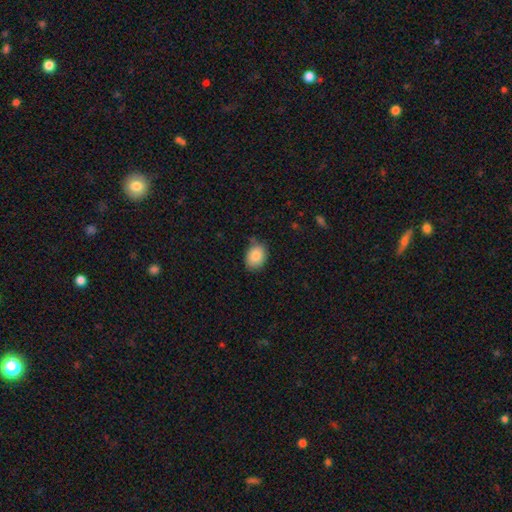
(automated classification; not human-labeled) A smooth galaxy with no disk features (86%) that is in between round and cigar-shaped (67%).

Vote fractions:
- Smooth or featured? smooth: 86% / star or artifact: 8% / featured or disk: 6%
- How rounded? in between: 67% / round: 32% / cigar-shaped: 1%
- Merging? none: 73% / minor disturbance: 21% / major disturbance: 3% / merger: 2%